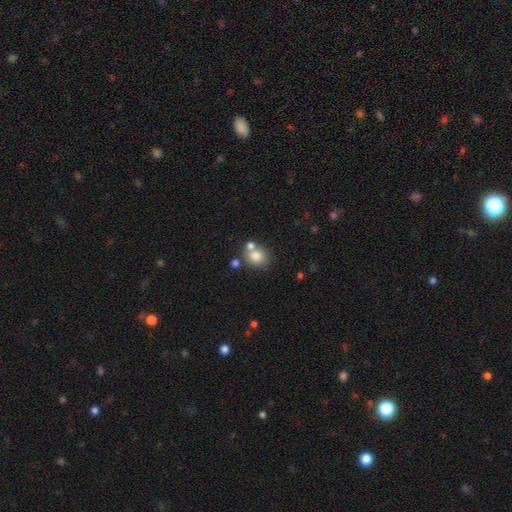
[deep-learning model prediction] smooth-or-featured: smooth: 79% | star or artifact: 11% | featured or disk: 10%
  how-rounded: round: 75% | in between: 24% | cigar-shaped: 1%
  merging: none: 58% | merger: 27% | minor disturbance: 11% | major disturbance: 4%